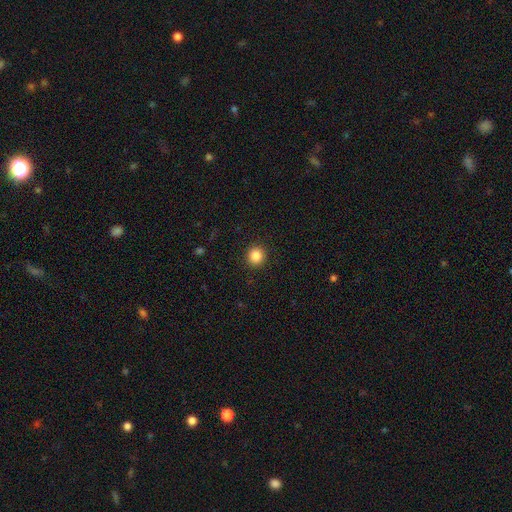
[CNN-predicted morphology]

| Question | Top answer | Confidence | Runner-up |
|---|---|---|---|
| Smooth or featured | smooth | 86% | star or artifact (11%) |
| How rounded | round | 94% | in between (6%) |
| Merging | none | 92% | minor disturbance (5%) |